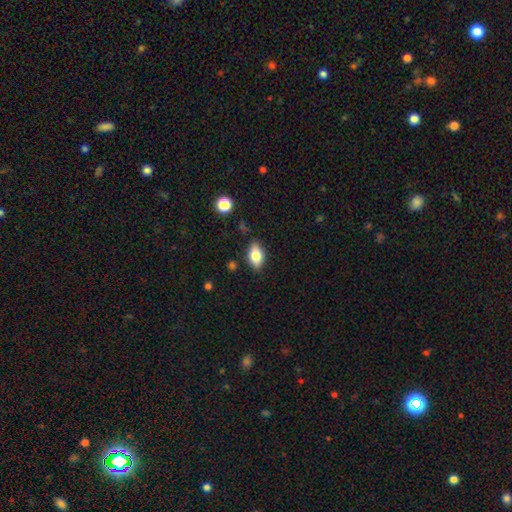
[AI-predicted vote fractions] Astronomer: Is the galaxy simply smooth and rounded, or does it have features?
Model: smooth — 77%.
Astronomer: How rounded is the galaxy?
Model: in between — 88%.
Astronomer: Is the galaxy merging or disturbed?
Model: none — 82%.